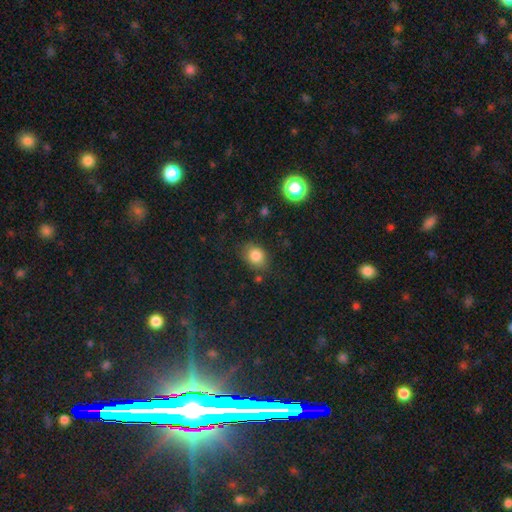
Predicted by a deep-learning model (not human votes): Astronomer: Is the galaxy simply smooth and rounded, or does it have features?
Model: smooth — 83%.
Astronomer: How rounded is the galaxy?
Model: in between — 56% (runner-up: round, 42%).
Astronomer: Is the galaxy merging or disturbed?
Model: none — 77%.